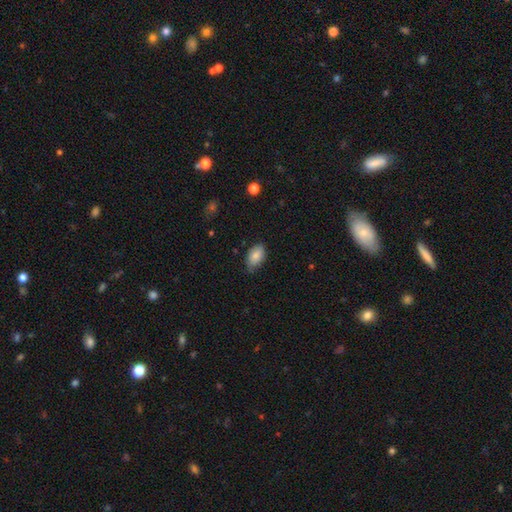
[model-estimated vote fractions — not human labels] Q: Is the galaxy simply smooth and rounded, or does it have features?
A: smooth — 83%.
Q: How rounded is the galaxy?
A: in between — 91%.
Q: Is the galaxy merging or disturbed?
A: none — 64%.